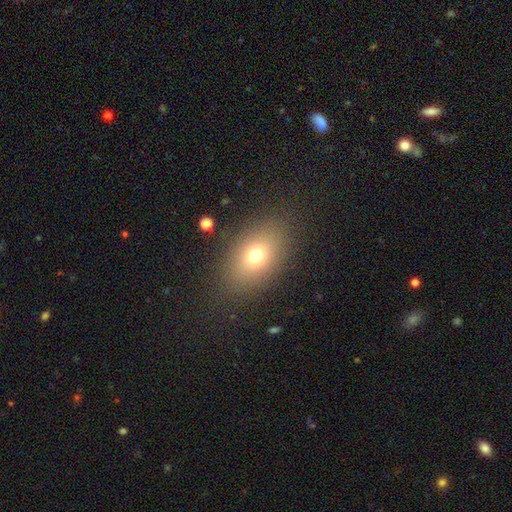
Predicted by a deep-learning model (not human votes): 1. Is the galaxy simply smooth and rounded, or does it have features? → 73% smooth, 14% featured or disk, 13% star or artifact.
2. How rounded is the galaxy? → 80% in between, 18% round, 2% cigar-shaped.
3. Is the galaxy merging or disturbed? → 84% none, 10% minor disturbance, 5% major disturbance, 1% merger.